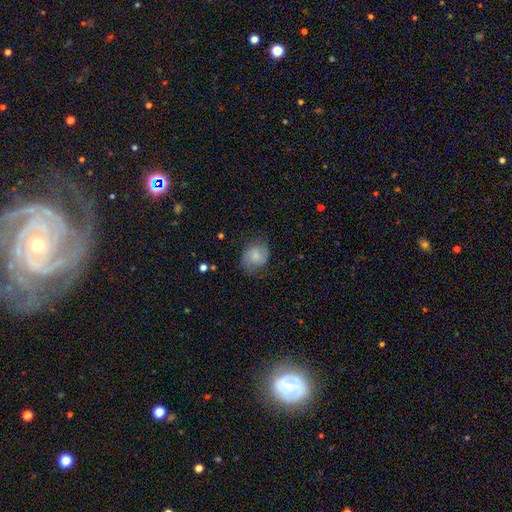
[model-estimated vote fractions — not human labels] smooth_or_featured: smooth (p=0.58) [alt: featured or disk p=0.34]
how_rounded: round (p=0.58) [alt: in between p=0.41]
merging: none (p=0.69) [alt: minor disturbance p=0.22]